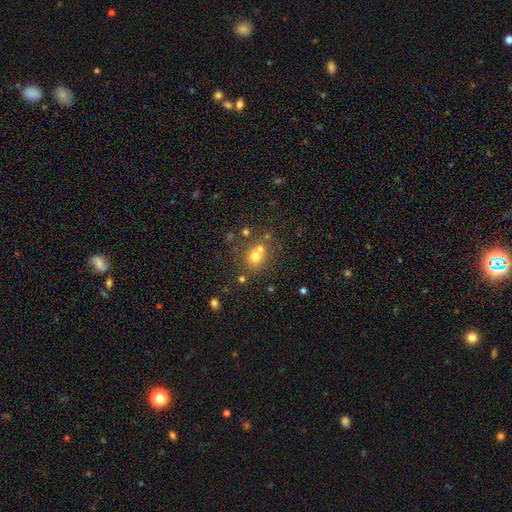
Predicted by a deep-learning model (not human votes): This is likely a smooth galaxy (66%). How rounded: likely round (80%). Merging: possibly none (52%).